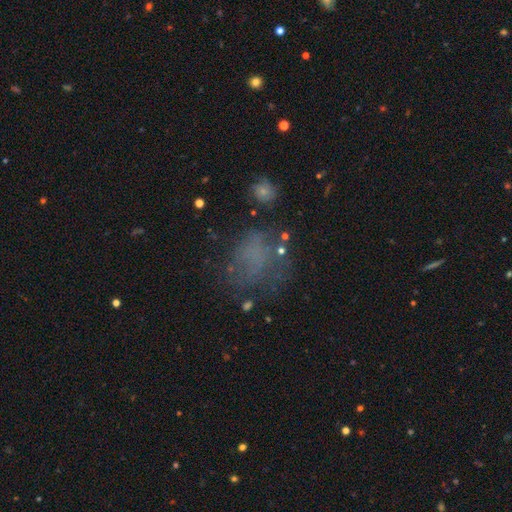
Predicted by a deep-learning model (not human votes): Smooth or featured?
  - smooth: 46% *
  - featured or disk: 28%
  - star or artifact: 26%
Merging?
  - none: 49% *
  - major disturbance: 25%
  - minor disturbance: 21%
  - merger: 5%